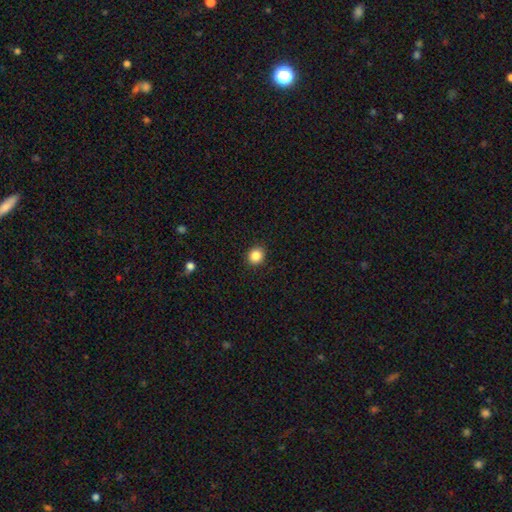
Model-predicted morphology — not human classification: Overall: smooth (86%). How rounded: round (88%). Merging: none (91%).